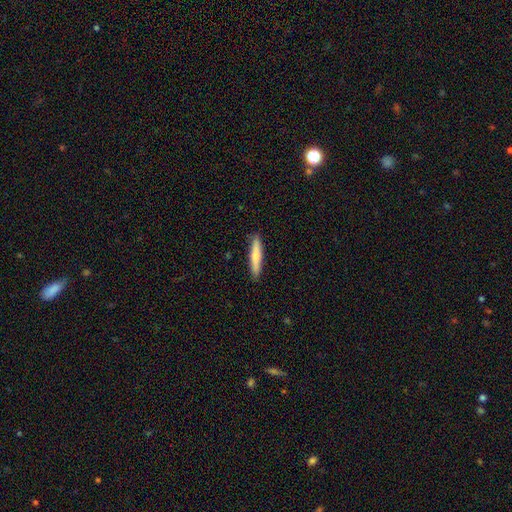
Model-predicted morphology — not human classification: smooth_or_featured: smooth (p=0.74) [alt: featured or disk p=0.21]
how_rounded: cigar-shaped (p=0.90) [alt: in between p=0.09]
merging: none (p=0.90) [alt: minor disturbance p=0.07]